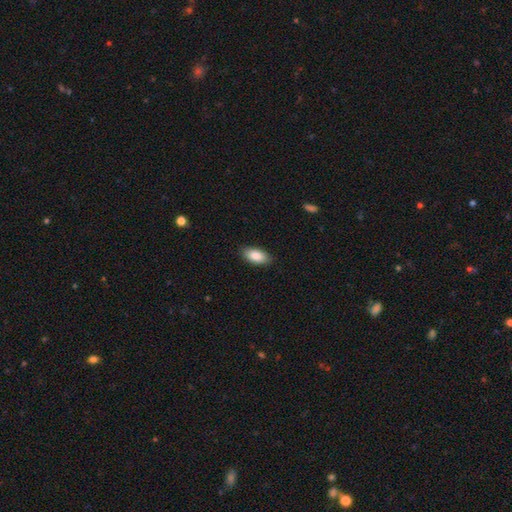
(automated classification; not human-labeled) Smooth or featured: smooth — 87% (featured or disk — 7%)
How rounded: in between — 92% (cigar-shaped — 6%)
Merging: none — 88% (minor disturbance — 10%)